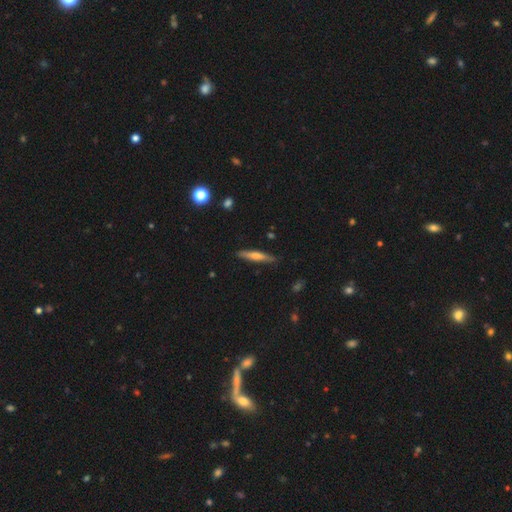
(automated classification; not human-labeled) smooth 56%, featured or disk 37%, star or artifact 6%. Down the decision tree: how rounded — cigar-shaped (91%); merging — none (87%).